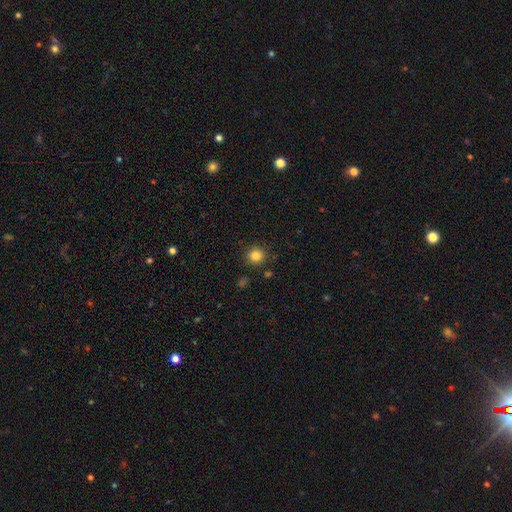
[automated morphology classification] A smooth galaxy with no disk features (83%) that is round (90%).

Vote fractions:
- Smooth or featured? smooth: 83% / star or artifact: 12% / featured or disk: 5%
- How rounded? round: 90% / in between: 9% / cigar-shaped: 1%
- Merging? none: 89% / minor disturbance: 7% / merger: 2% / major disturbance: 2%